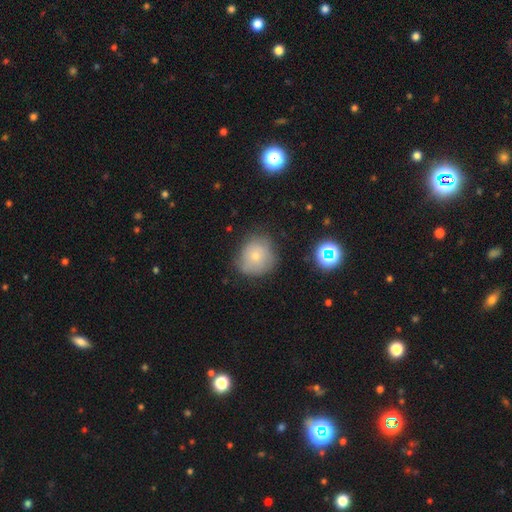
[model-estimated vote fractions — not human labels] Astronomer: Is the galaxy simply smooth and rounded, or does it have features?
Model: smooth — 70%.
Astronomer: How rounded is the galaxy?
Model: round — 83%.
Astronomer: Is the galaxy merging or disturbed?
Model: none — 68%.